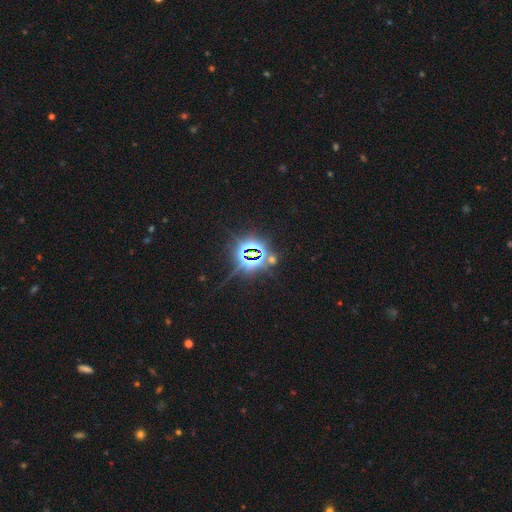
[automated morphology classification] Smooth or featured: star or artifact — 84% (smooth — 8%)